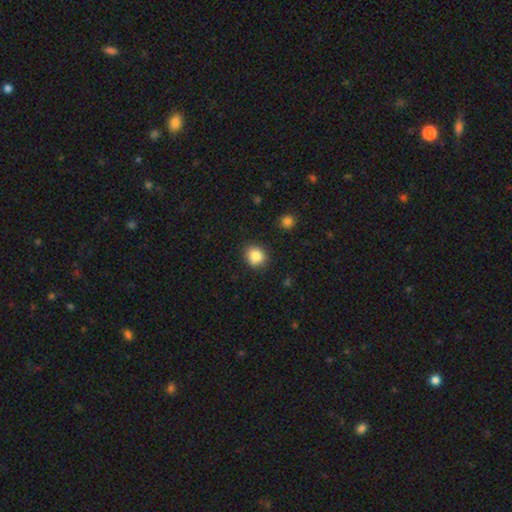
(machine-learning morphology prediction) The model was most divided on "how rounded": round: 78%, in between: 21%, cigar-shaped: 1%. More confident: smooth or featured — smooth (85%); merging — none (84%).